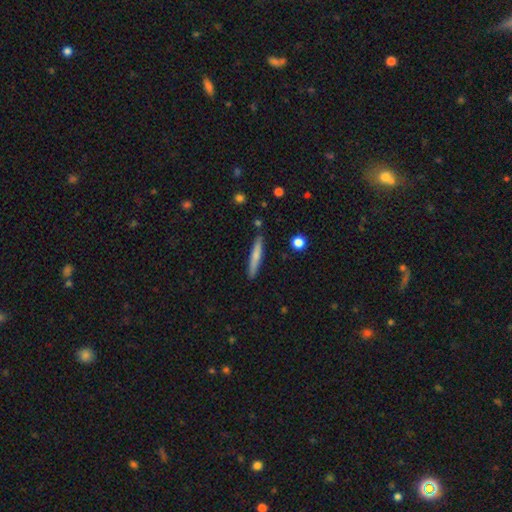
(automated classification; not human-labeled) Q: Smooth or featured?
A: smooth (68%); runner-up: featured or disk (27%)
Q: How rounded?
A: cigar-shaped (94%); runner-up: in between (4%)
Q: Merging?
A: none (88%); runner-up: minor disturbance (8%)